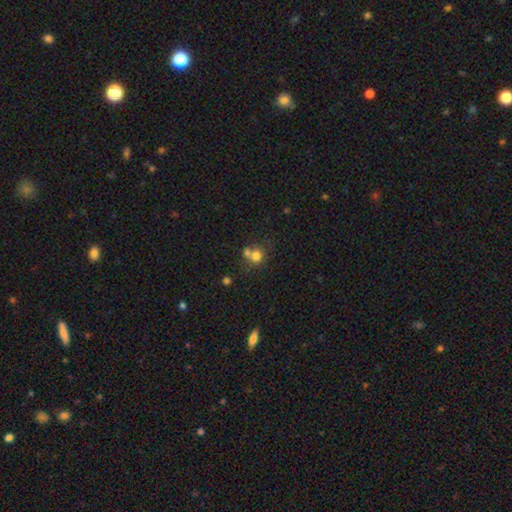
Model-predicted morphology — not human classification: The model was most divided on "merging": none: 44%, merger: 43%, minor disturbance: 9%, major disturbance: 4%. More confident: how rounded — round (80%); smooth or featured — smooth (74%).